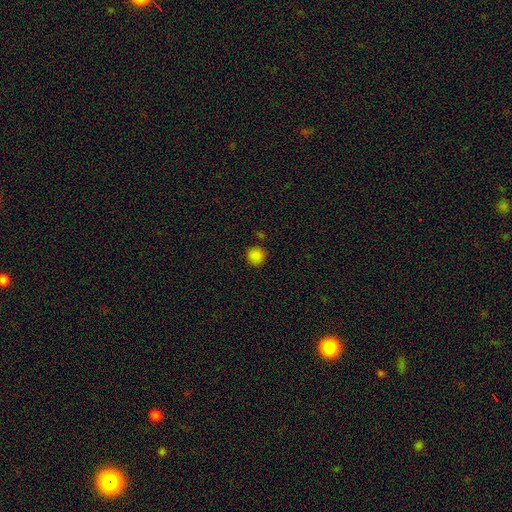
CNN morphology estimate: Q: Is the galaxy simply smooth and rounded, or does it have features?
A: smooth — 84%.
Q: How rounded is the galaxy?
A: round — 93%.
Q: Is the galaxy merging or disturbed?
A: none — 86%.